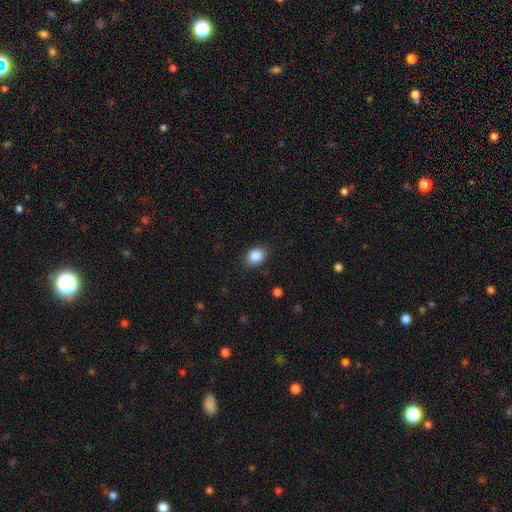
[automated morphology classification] smooth-or-featured: smooth: 86% | star or artifact: 9% | featured or disk: 5%
  how-rounded: in between: 59% | round: 40% | cigar-shaped: 1%
  merging: none: 85% | minor disturbance: 11% | major disturbance: 3% | merger: 1%